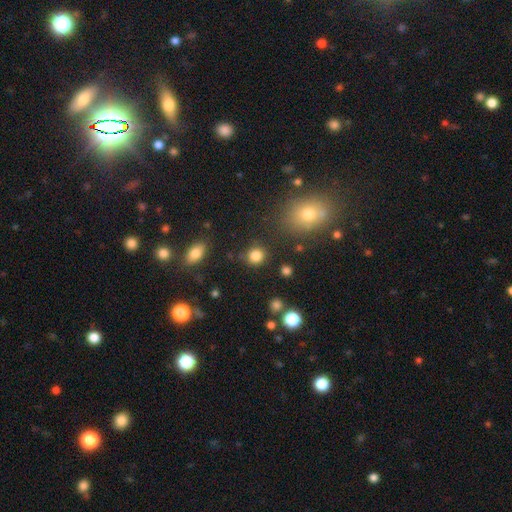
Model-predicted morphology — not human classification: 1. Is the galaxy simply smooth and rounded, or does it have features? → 84% smooth, 11% star or artifact, 4% featured or disk.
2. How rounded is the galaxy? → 86% round, 13% in between, 1% cigar-shaped.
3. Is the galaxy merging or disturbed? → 83% none, 10% minor disturbance, 4% major disturbance, 3% merger.